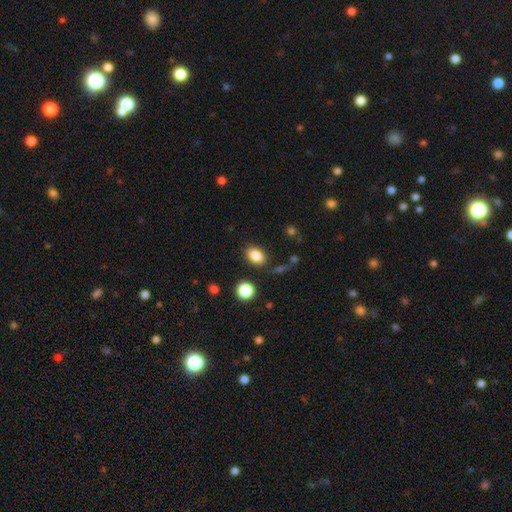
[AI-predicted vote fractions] smooth_or_featured: smooth (p=0.85) [alt: star or artifact p=0.09]
how_rounded: in between (p=0.81) [alt: round p=0.17]
merging: none (p=0.84) [alt: minor disturbance p=0.10]